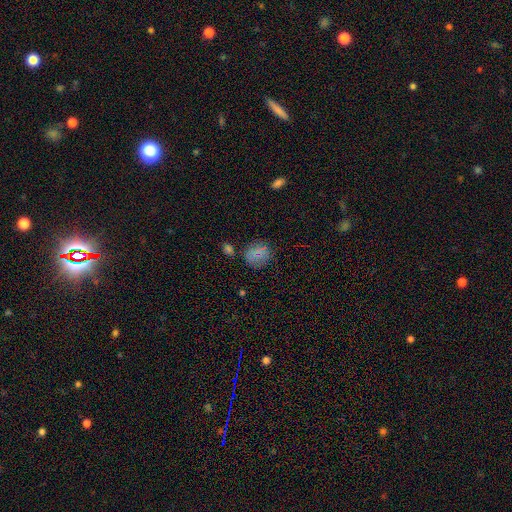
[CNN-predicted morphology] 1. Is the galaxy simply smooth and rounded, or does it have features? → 71% smooth, 18% star or artifact, 11% featured or disk.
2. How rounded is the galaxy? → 67% round, 31% in between, 1% cigar-shaped.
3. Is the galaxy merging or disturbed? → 69% none, 18% minor disturbance, 7% major disturbance, 5% merger.